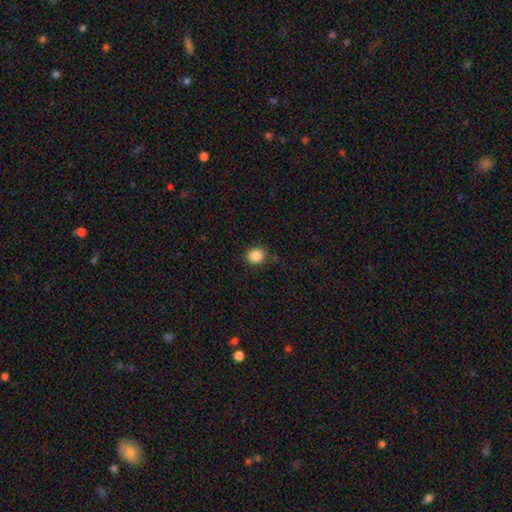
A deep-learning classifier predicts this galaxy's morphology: Q: Smooth or featured?
A: smooth (87%); runner-up: star or artifact (10%)
Q: How rounded?
A: round (69%); runner-up: in between (30%)
Q: Merging?
A: none (83%); runner-up: minor disturbance (12%)